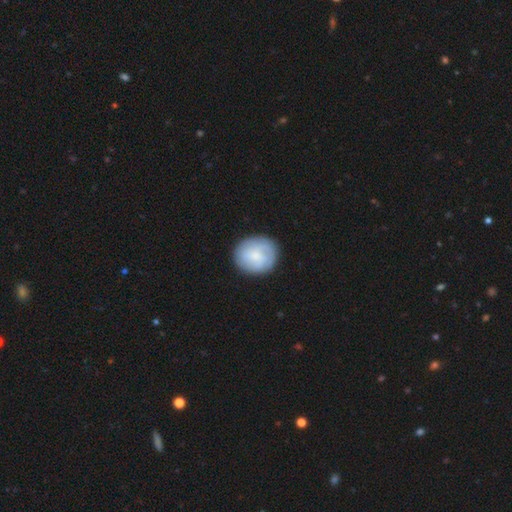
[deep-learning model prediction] Q: Smooth or featured?
A: smooth (65%); runner-up: featured or disk (29%)
Q: How rounded?
A: round (82%); runner-up: in between (17%)
Q: Merging?
A: none (83%); runner-up: minor disturbance (12%)